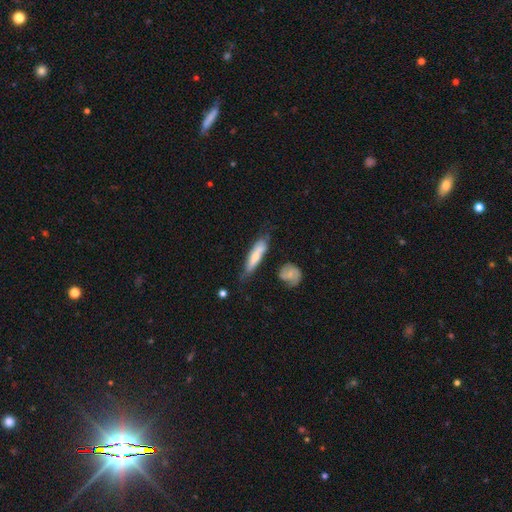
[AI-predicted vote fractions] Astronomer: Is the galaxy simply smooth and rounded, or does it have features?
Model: smooth — 59% (runner-up: featured or disk, 35%).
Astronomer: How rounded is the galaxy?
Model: cigar-shaped — 70%.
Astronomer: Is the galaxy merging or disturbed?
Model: none — 56%.